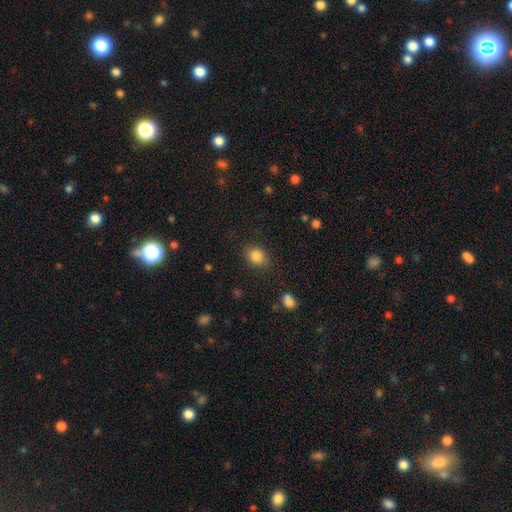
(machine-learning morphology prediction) Smooth or featured? smooth (84%)
How rounded? in between (57%)
Merging? none (81%)